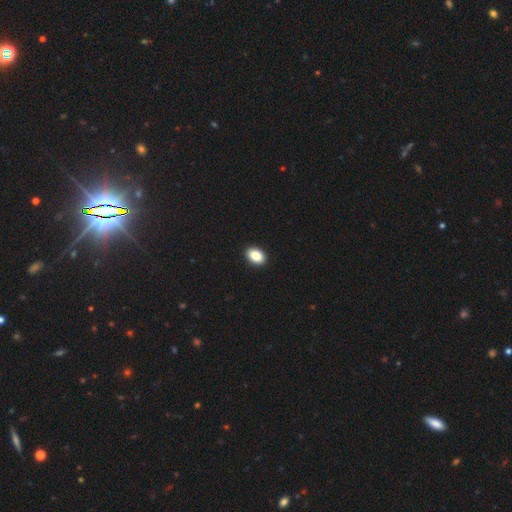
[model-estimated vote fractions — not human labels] The model was most divided on "how rounded": in between: 84%, round: 14%, cigar-shaped: 1%. More confident: merging — none (92%); smooth or featured — smooth (87%).